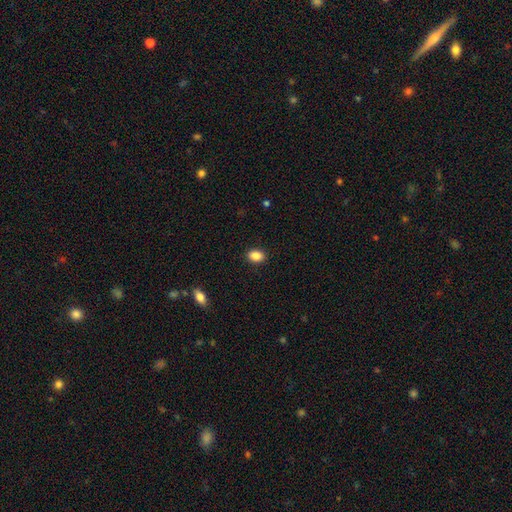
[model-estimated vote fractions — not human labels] smooth-or-featured: smooth: 88% | star or artifact: 9% | featured or disk: 4%
  how-rounded: in between: 76% | round: 23% | cigar-shaped: 1%
  merging: none: 90% | minor disturbance: 7% | major disturbance: 2% | merger: 1%